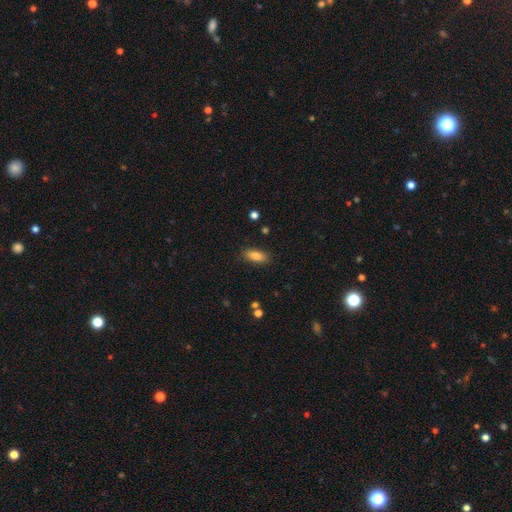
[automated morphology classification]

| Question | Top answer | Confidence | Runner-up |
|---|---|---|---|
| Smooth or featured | smooth | 84% | featured or disk (8%) |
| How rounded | in between | 79% | cigar-shaped (18%) |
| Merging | none | 85% | minor disturbance (11%) |